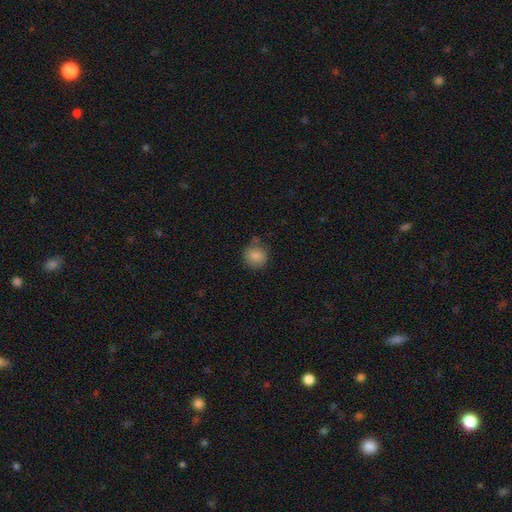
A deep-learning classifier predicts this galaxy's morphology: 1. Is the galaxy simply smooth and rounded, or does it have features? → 85% smooth, 9% star or artifact, 5% featured or disk.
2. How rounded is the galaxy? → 87% round, 12% in between, 1% cigar-shaped.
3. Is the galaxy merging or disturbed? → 74% none, 18% minor disturbance, 4% merger, 4% major disturbance.